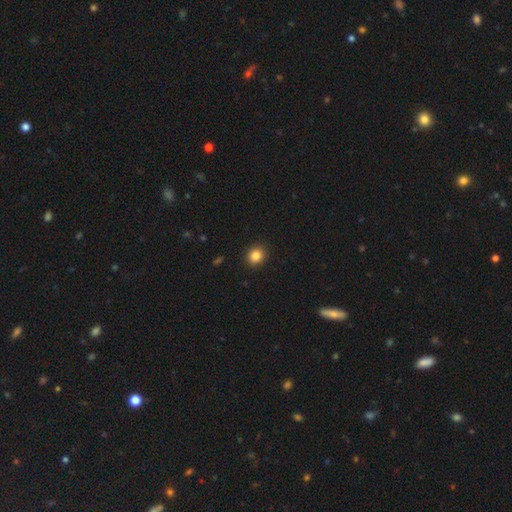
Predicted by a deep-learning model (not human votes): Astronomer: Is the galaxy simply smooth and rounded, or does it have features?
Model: smooth — 85%.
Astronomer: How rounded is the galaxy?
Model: round — 72%.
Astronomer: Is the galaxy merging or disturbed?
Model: none — 91%.